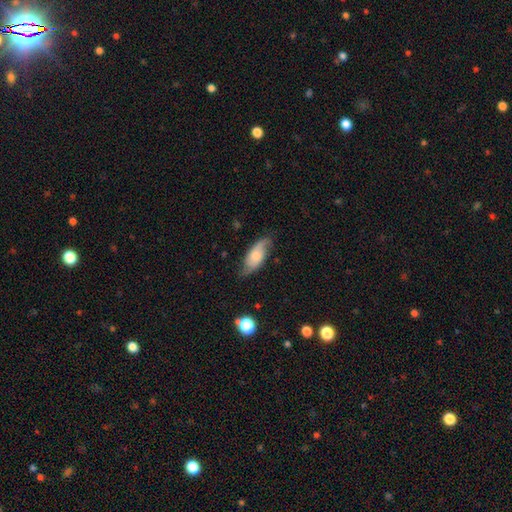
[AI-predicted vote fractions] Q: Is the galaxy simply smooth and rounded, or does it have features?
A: featured or disk — 55%.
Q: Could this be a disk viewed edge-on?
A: no — 86%.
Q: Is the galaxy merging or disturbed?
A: none — 69%.